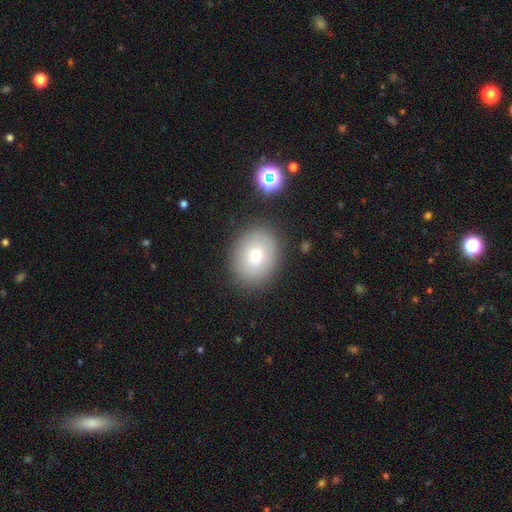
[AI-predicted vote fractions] A smooth galaxy with no disk features (74%) that is in between round and cigar-shaped (55%). Merging: none (85%).